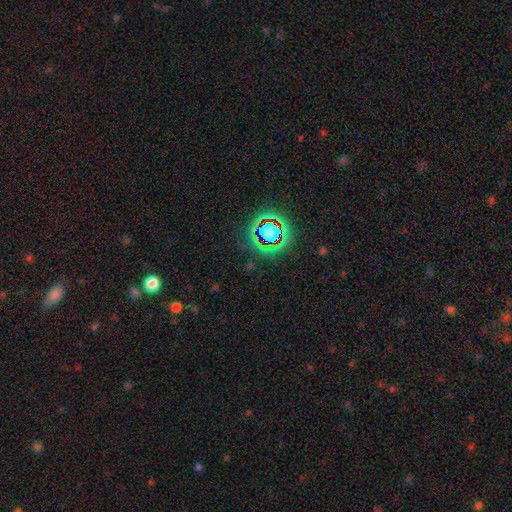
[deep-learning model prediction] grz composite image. It shows a star or artifact, not a galaxy (76%).